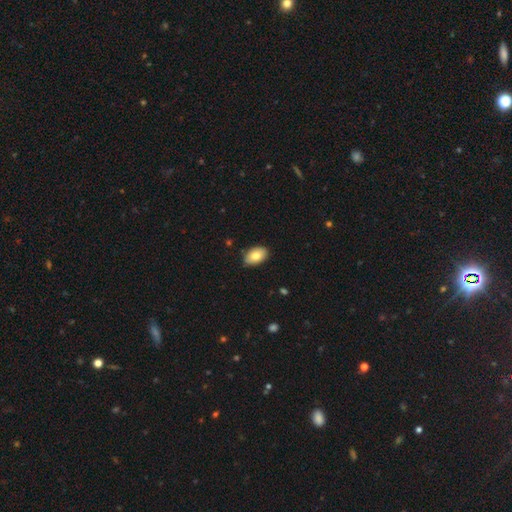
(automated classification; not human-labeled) Smooth or featured: smooth — 79% (featured or disk — 14%)
How rounded: in between — 90% (round — 9%)
Merging: none — 84% (minor disturbance — 13%)